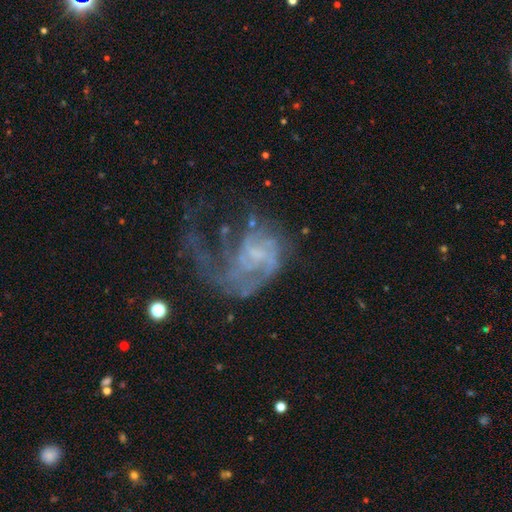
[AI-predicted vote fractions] Smooth or featured? featured or disk (77%)
Edge-on disk? no (98%)
Bar? no (64%)
Spiral arms? yes (76%)
Spiral winding? loose (45%)
Spiral arm count? 1 (52%)
Bulge size? none (44%)
Merging? major disturbance (57%)